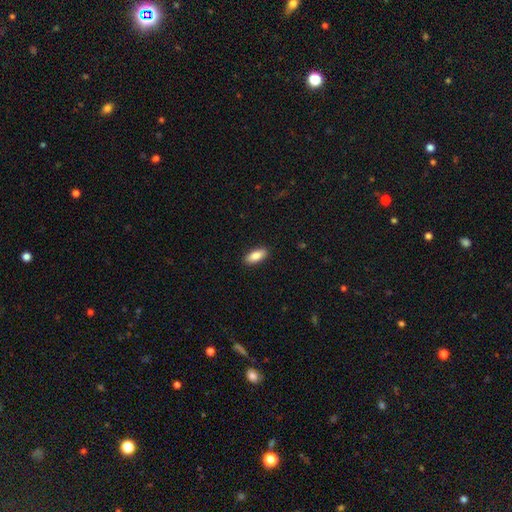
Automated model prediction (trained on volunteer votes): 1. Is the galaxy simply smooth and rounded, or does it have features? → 86% smooth, 8% featured or disk, 6% star or artifact.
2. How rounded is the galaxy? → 86% in between, 12% cigar-shaped, 2% round.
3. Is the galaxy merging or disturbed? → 90% none, 7% minor disturbance, 2% major disturbance, 1% merger.